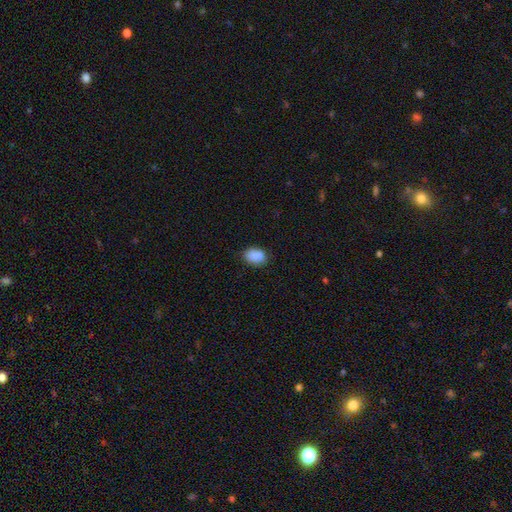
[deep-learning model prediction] Smooth or featured? Predicted: smooth (p=0.84). How rounded? Predicted: in between (p=0.74). Merging? Predicted: none (p=0.66).